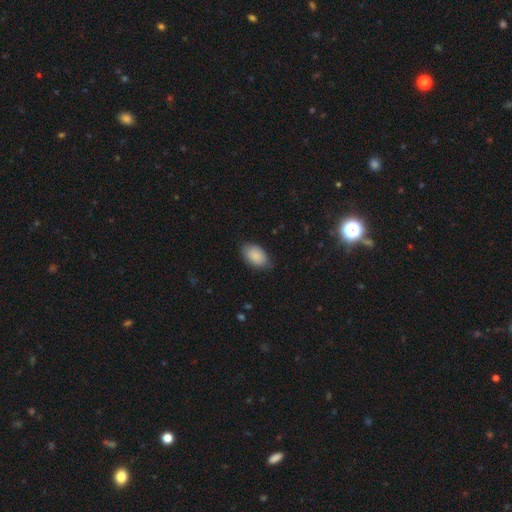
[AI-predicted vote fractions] smooth 88%, star or artifact 6%, featured or disk 6%. Down the decision tree: how rounded — in between (92%); merging — none (77%).